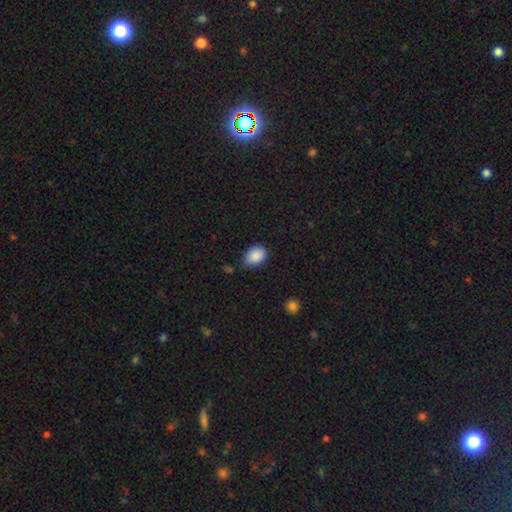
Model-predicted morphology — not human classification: smooth 88%, star or artifact 8%, featured or disk 4%. Down the decision tree: how rounded — in between (77%); merging — none (65%).